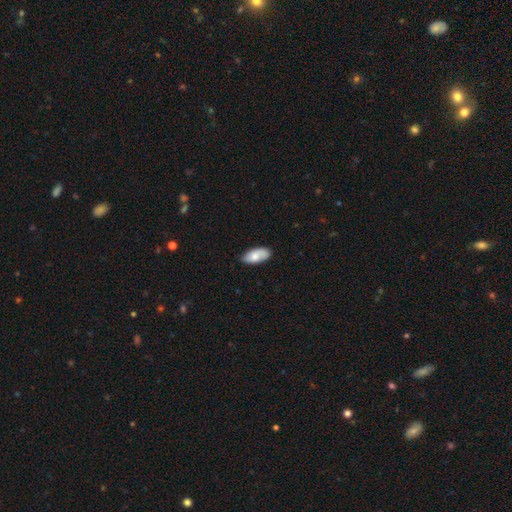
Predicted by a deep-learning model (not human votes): Smooth or featured: smooth — 76% (featured or disk — 18%)
How rounded: in between — 92% (cigar-shaped — 6%)
Merging: none — 80% (minor disturbance — 16%)